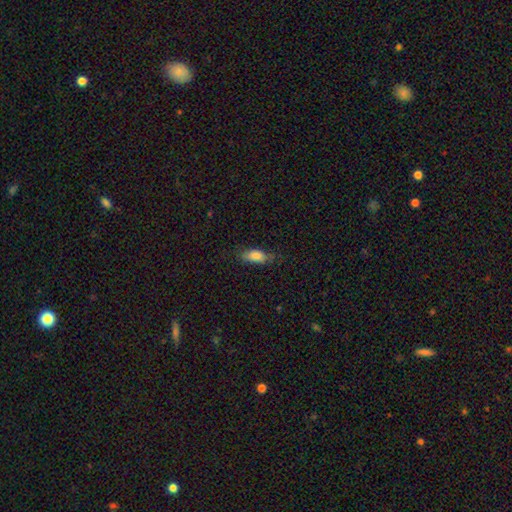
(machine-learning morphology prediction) type=smooth (81%); roundness=in between (79%); merging=none (69%).